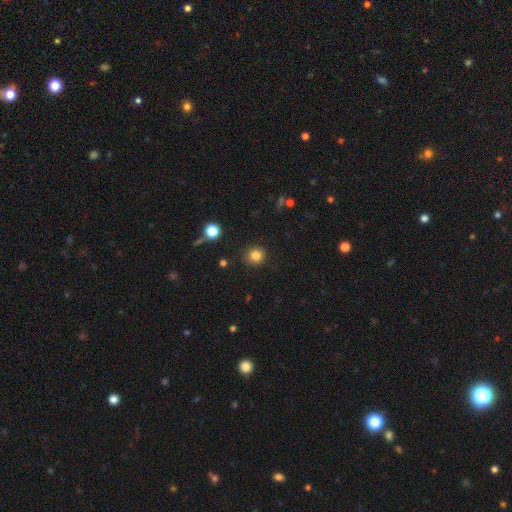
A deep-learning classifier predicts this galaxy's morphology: This is clearly a smooth galaxy (83%). How rounded: clearly round (92%). Merging: clearly none (89%).